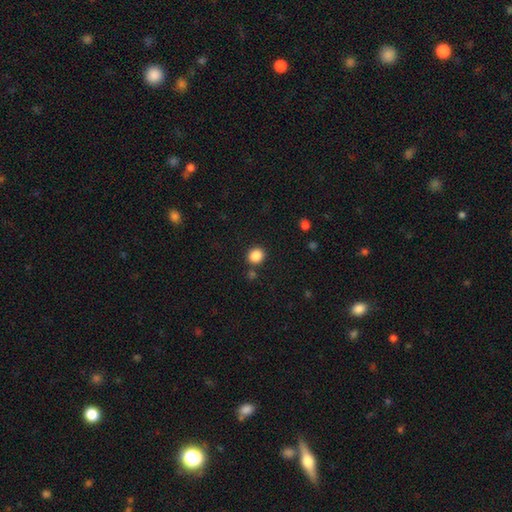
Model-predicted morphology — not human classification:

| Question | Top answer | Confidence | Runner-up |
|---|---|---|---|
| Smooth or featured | smooth | 86% | star or artifact (10%) |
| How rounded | round | 81% | in between (18%) |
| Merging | none | 85% | minor disturbance (7%) |